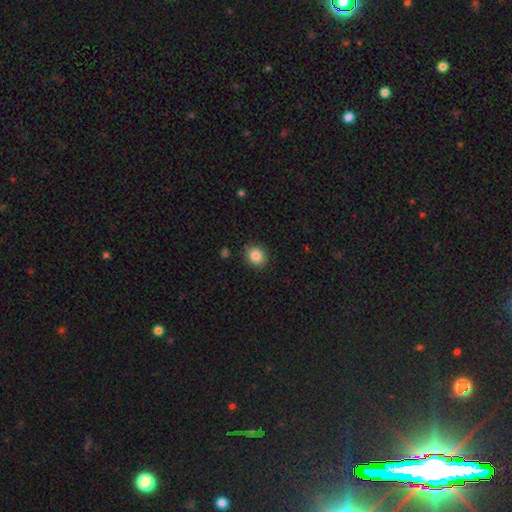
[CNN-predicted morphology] Smooth or featured? smooth (86%)
How rounded? round (63%)
Merging? none (89%)